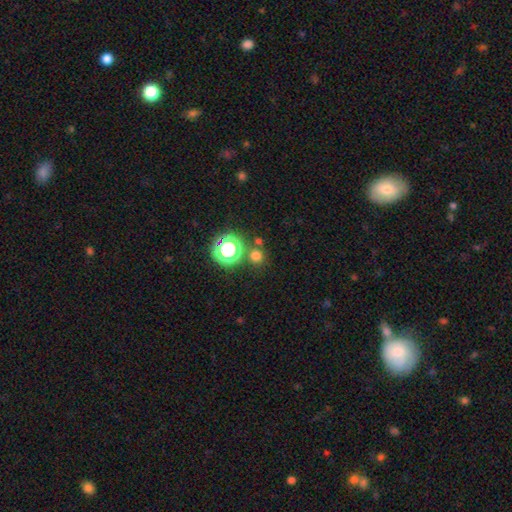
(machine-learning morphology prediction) smooth-or-featured: smooth: 69% | star or artifact: 25% | featured or disk: 6%
  how-rounded: round: 91% | in between: 8% | cigar-shaped: 1%
  merging: none: 76% | merger: 13% | minor disturbance: 7% | major disturbance: 4%